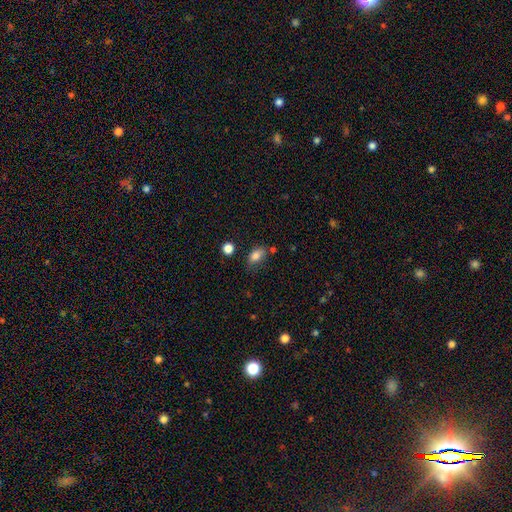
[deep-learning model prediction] This is clearly a smooth galaxy (82%). How rounded: clearly in between (85%). Merging: likely none (65%).